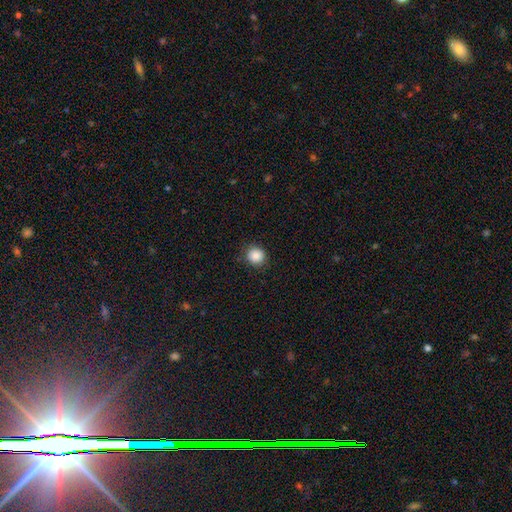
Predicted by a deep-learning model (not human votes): Q: Smooth or featured?
A: smooth (87%); runner-up: star or artifact (9%)
Q: How rounded?
A: round (89%); runner-up: in between (10%)
Q: Merging?
A: none (87%); runner-up: minor disturbance (10%)